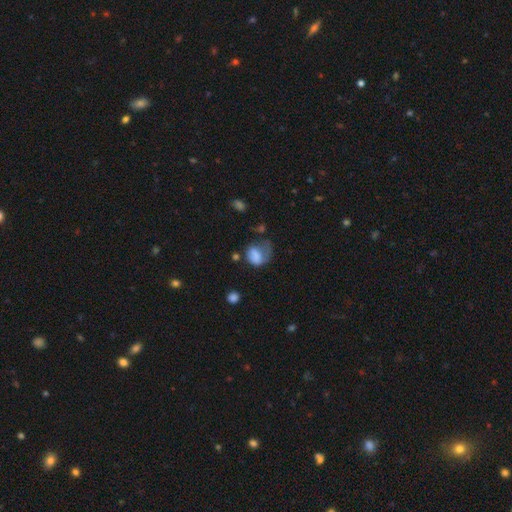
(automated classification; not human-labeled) Smooth or featured? Predicted: smooth (p=0.68). How rounded? Predicted: in between (p=0.56). Merging? Predicted: major disturbance (p=0.50).